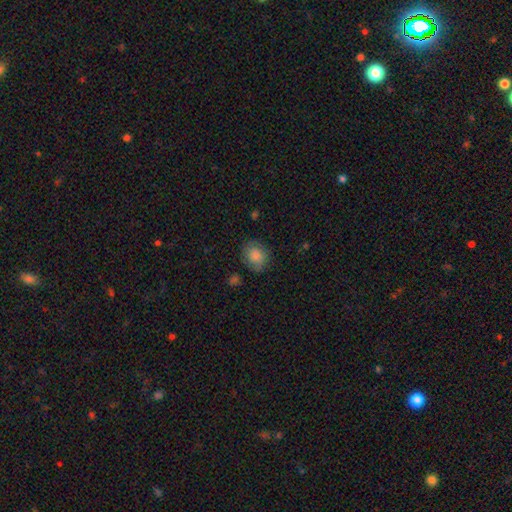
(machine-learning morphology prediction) This is clearly a smooth galaxy (83%). How rounded: likely round (62%). Merging: likely none (77%).